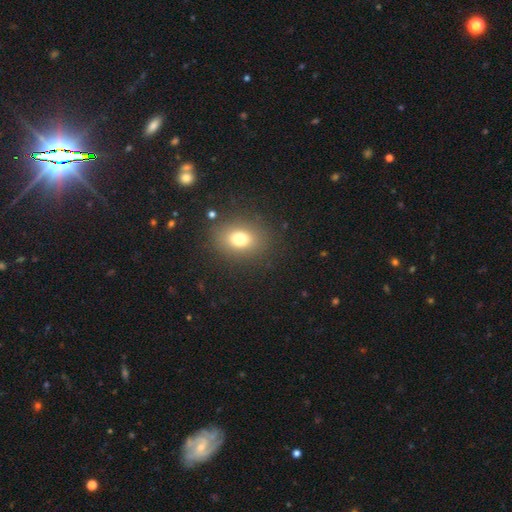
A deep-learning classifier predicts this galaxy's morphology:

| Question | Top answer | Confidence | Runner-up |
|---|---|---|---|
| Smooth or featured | smooth | 56% | star or artifact (31%) |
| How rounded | in between | 51% | round (48%) |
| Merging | none | 89% | minor disturbance (7%) |